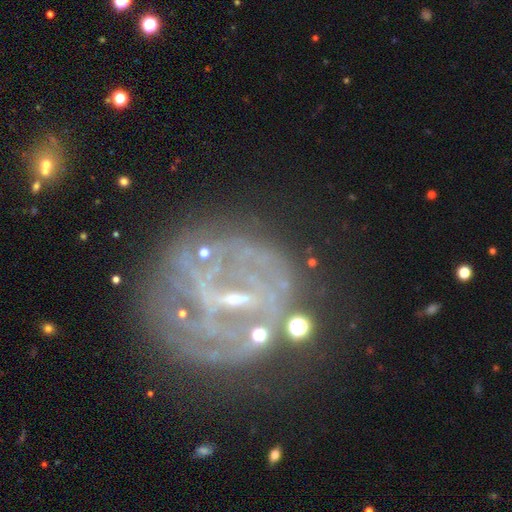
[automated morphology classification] This appears to be a featured or disk galaxy (77%) with a weak bar (40%), spiral arms (67%) and a small central bulge (59%). Merging: none (55%).